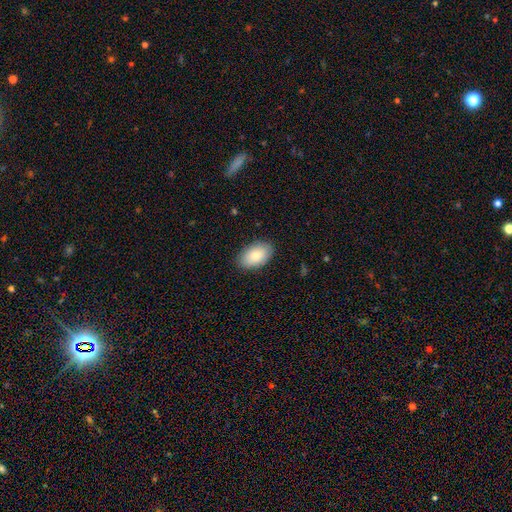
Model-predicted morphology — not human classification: Overall: smooth (84%). How rounded: in between (94%). Merging: none (86%).